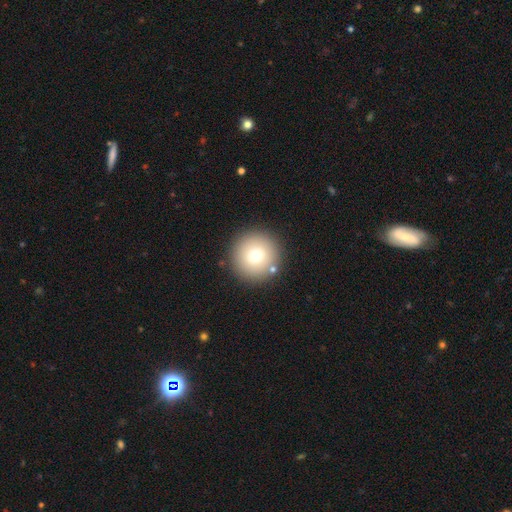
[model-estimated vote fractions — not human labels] Smooth or featured: smooth — 74% (featured or disk — 14%)
How rounded: round — 96% (in between — 3%)
Merging: none — 87% (minor disturbance — 6%)